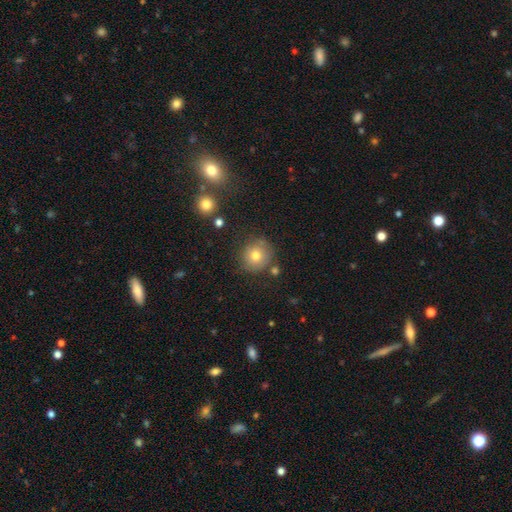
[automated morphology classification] smooth_or_featured: smooth (p=0.75) [alt: featured or disk p=0.13]
how_rounded: round (p=0.92) [alt: in between p=0.07]
merging: none (p=0.78) [alt: minor disturbance p=0.13]